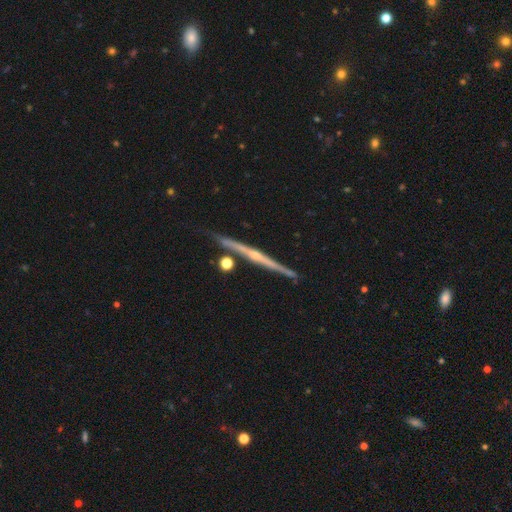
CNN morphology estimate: This is clearly a featured or disk galaxy (82%). It is clearly viewed edge-on (98%). Edge-on bulge: likely rounded (65%). Merging: clearly none (85%).